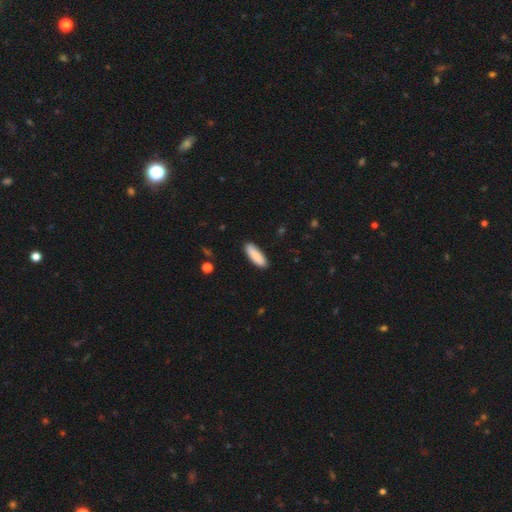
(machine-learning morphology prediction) Smooth or featured? smooth (85%)
How rounded? in between (54%)
Merging? none (88%)